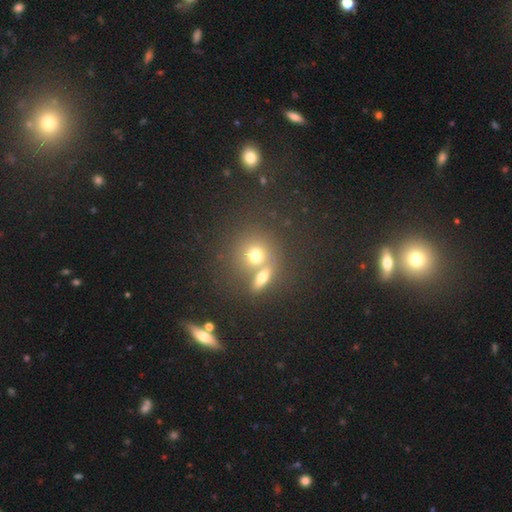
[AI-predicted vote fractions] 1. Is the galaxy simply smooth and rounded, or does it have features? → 67% smooth, 18% featured or disk, 14% star or artifact.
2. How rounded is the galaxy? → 81% round, 17% in between, 2% cigar-shaped.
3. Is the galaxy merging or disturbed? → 45% none, 44% merger, 7% minor disturbance, 4% major disturbance.